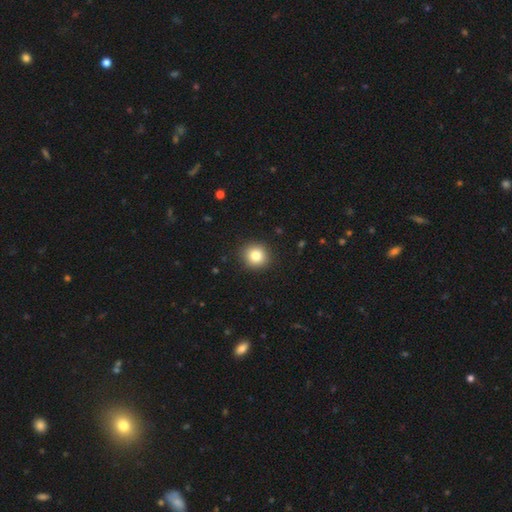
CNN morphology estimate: Overall: smooth (82%). How rounded: round (89%). Merging: none (91%).